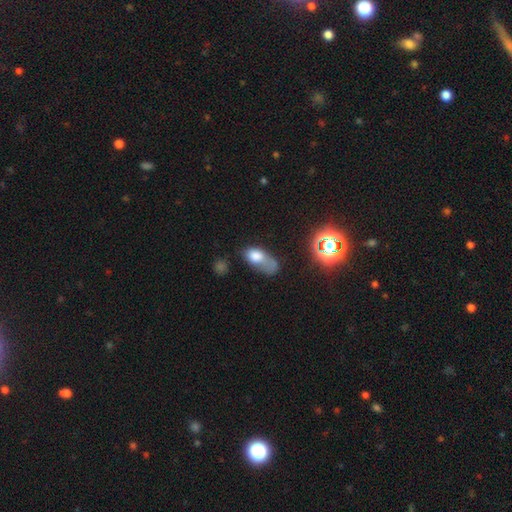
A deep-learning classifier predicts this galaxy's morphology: Smooth or featured? smooth (67%)
How rounded? in between (82%)
Merging? major disturbance (40%)